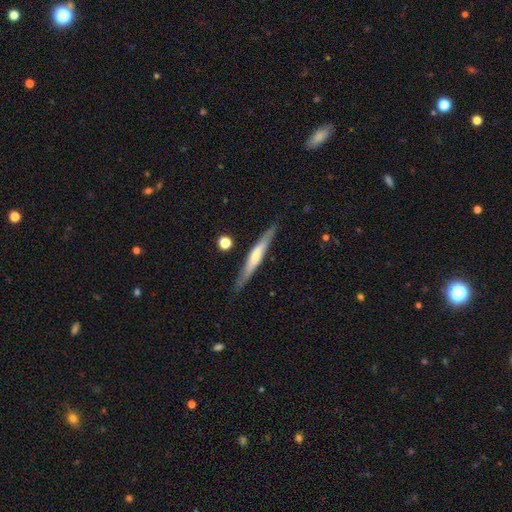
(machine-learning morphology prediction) Smooth or featured: featured or disk — 50% (smooth — 44%)
Edge-on disk: yes — 93% (no — 7%)
Merging: none — 86% (minor disturbance — 10%)